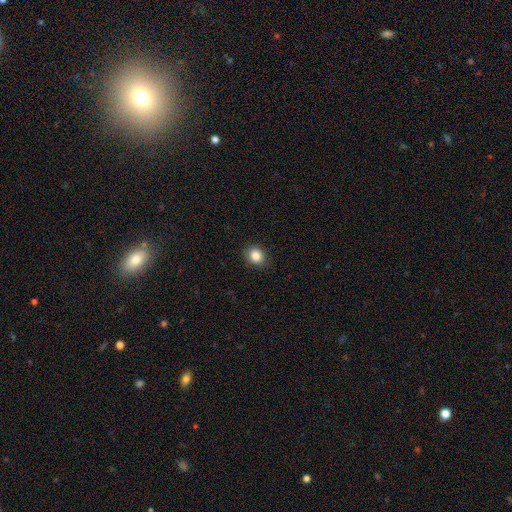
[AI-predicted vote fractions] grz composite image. It shows a smooth galaxy with no disk features (85%) that is round (68%). Merging: none (89%).